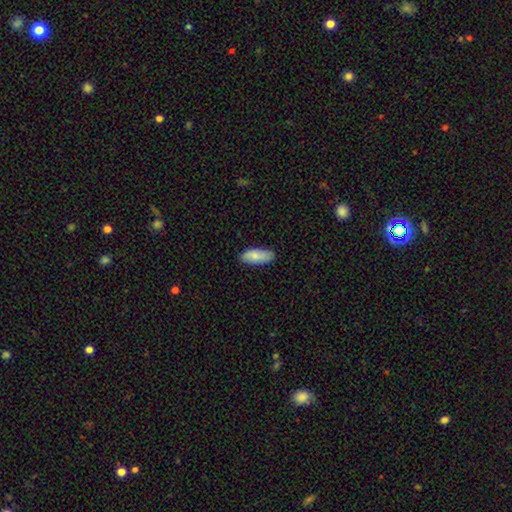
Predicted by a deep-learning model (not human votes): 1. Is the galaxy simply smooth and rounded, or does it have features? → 81% smooth, 13% featured or disk, 6% star or artifact.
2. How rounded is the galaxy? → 85% in between, 13% cigar-shaped, 2% round.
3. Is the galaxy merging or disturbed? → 84% none, 13% minor disturbance, 2% major disturbance, 1% merger.